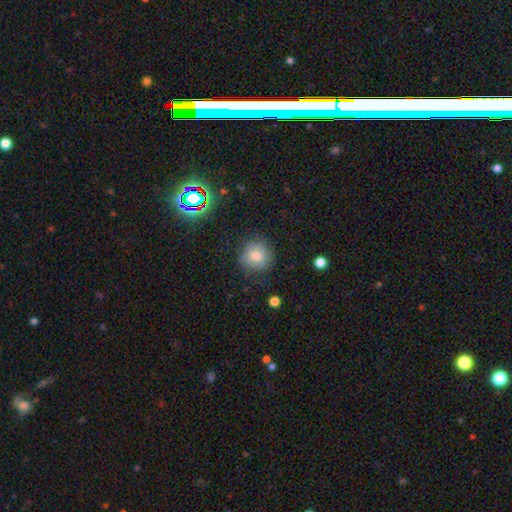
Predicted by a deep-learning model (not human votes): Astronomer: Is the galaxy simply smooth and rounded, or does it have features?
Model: smooth — 69%.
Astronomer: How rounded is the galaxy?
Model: round — 90%.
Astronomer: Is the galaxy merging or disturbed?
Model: none — 78%.